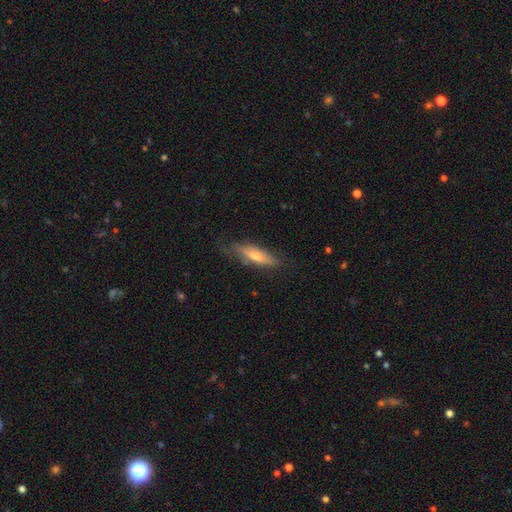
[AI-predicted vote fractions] smooth-or-featured: smooth: 49% | featured or disk: 45% | star or artifact: 7%
  merging: none: 70% | minor disturbance: 22% | major disturbance: 6% | merger: 1%